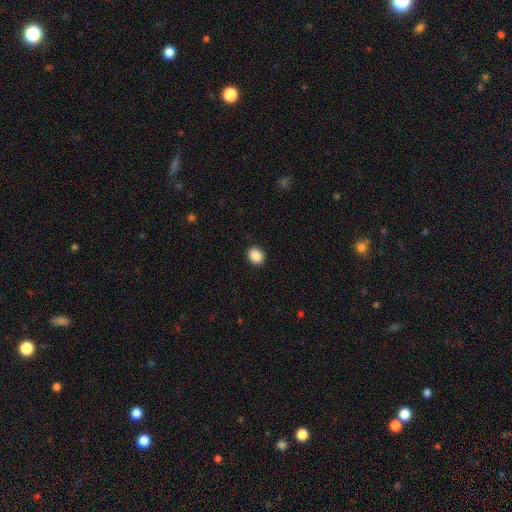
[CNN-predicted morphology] Smooth or featured?
  - smooth: 89% *
  - star or artifact: 8%
  - featured or disk: 2%
How rounded?
  - round: 55% *
  - in between: 44%
  - cigar-shaped: 1%
Merging?
  - none: 91% *
  - minor disturbance: 6%
  - major disturbance: 2%
  - merger: 1%